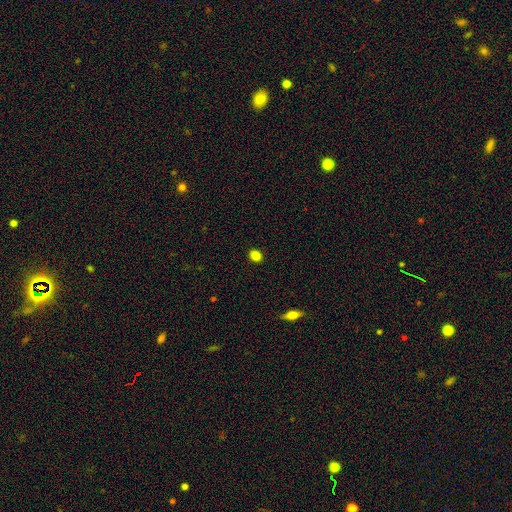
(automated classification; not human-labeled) This appears to be a smooth galaxy with no disk features (85%) that is round (52%). Merging: none (91%).